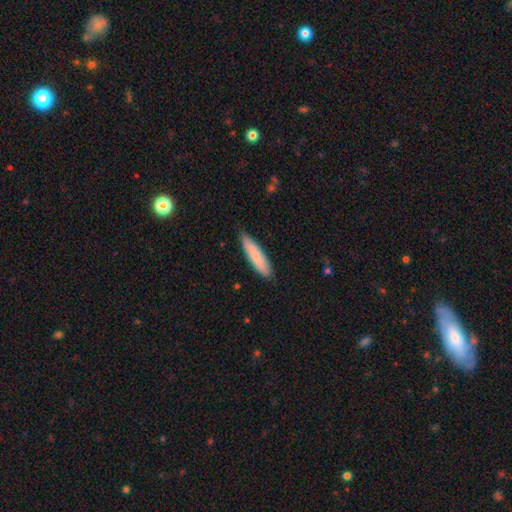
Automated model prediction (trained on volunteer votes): Smooth or featured: smooth — 83% (featured or disk — 11%)
How rounded: cigar-shaped — 80% (in between — 19%)
Merging: none — 85% (minor disturbance — 12%)